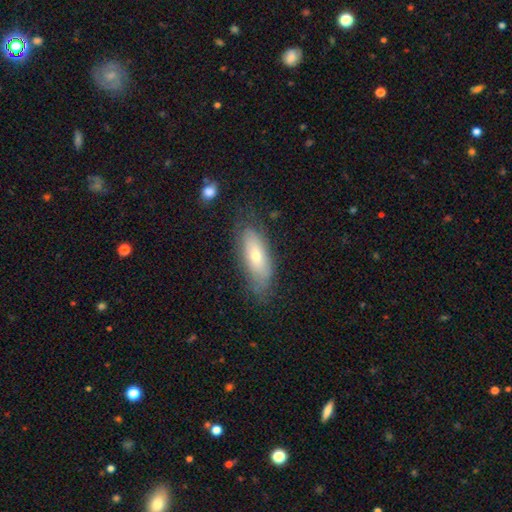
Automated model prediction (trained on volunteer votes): A smooth galaxy with no disk features (58%) that is in between round and cigar-shaped (72%).

Vote fractions:
- Smooth or featured? smooth: 58% / featured or disk: 35% / star or artifact: 7%
- How rounded? in between: 72% / cigar-shaped: 25% / round: 3%
- Merging? none: 69% / minor disturbance: 22% / major disturbance: 8% / merger: 2%